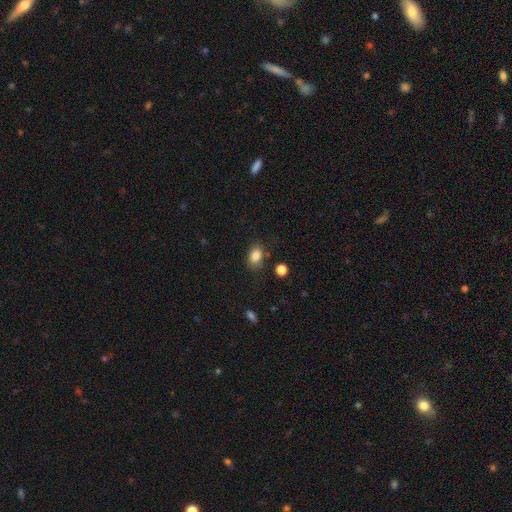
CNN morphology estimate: type=smooth (84%); roundness=in between (73%); merging=none (74%).